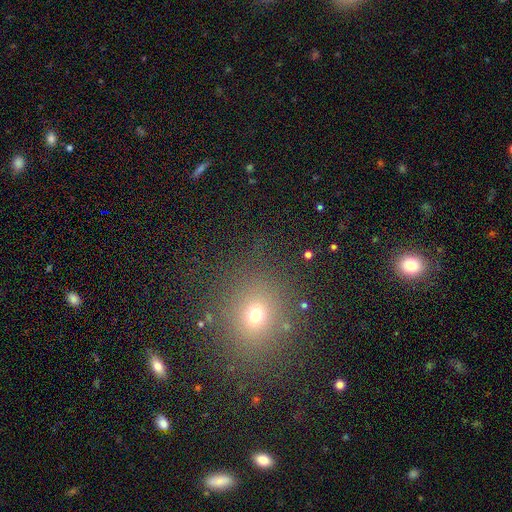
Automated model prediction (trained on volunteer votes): smooth 57%, star or artifact 34%, featured or disk 9%. Down the decision tree: how rounded — round (70%); merging — none (87%).